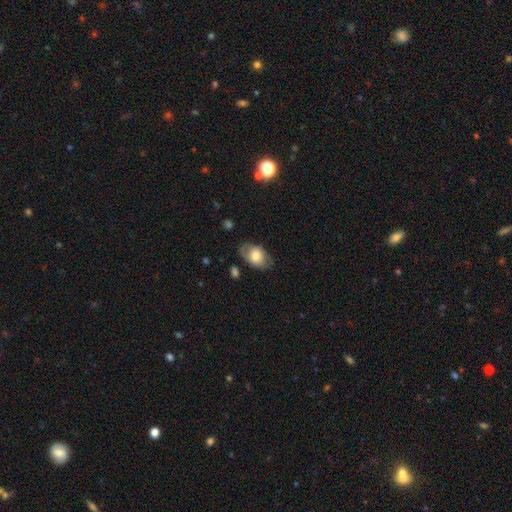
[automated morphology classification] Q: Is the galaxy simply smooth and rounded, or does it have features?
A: smooth — 65%.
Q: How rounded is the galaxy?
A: in between — 88%.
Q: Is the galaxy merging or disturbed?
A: none — 71%.